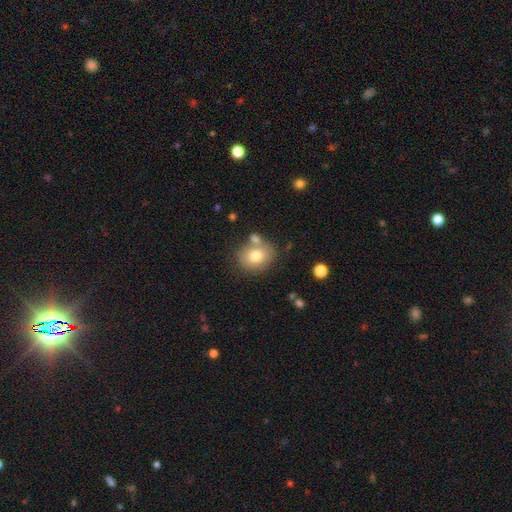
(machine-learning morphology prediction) smooth_or_featured: smooth (p=0.75) [alt: featured or disk p=0.16]
how_rounded: round (p=0.54) [alt: in between p=0.45]
merging: none (p=0.62) [alt: merger p=0.19]